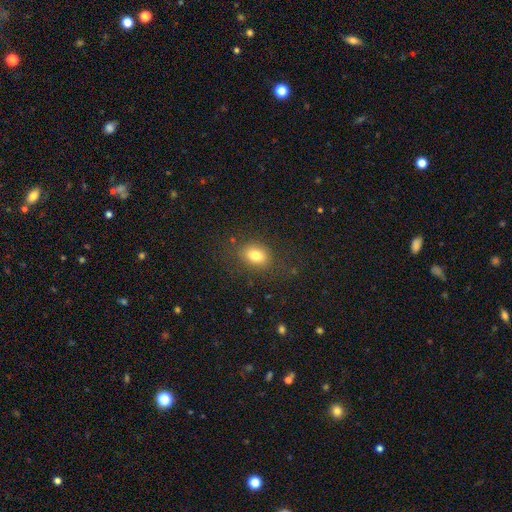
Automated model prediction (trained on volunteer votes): Smooth or featured? Predicted: smooth (p=0.79). How rounded? Predicted: in between (p=0.66). Merging? Predicted: none (p=0.80).